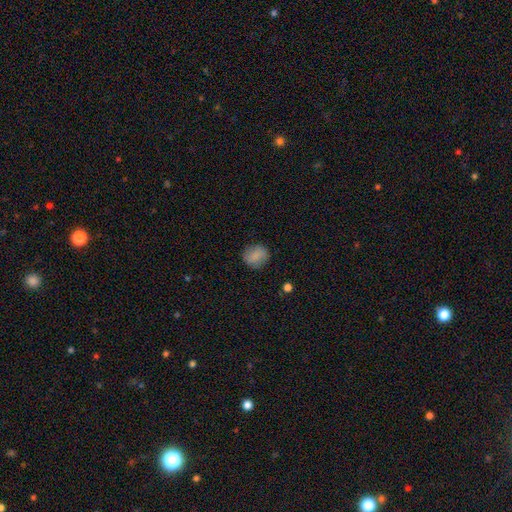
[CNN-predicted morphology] The model was most divided on "how rounded": round: 76%, in between: 23%, cigar-shaped: 1%. More confident: merging — none (85%); smooth or featured — smooth (84%).